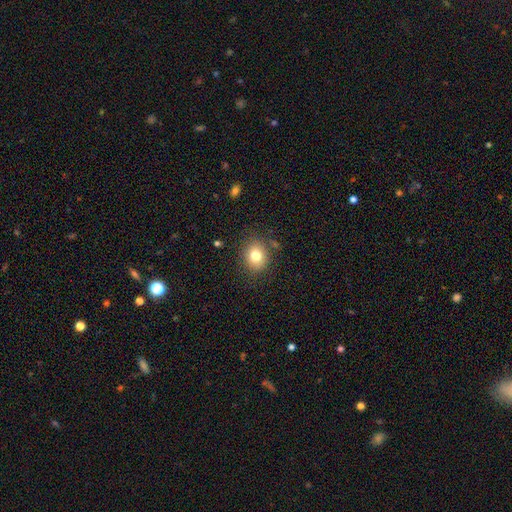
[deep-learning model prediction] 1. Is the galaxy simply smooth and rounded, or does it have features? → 78% smooth, 11% star or artifact, 10% featured or disk.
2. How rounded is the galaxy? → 68% round, 31% in between, 1% cigar-shaped.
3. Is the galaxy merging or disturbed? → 82% none, 11% minor disturbance, 4% major disturbance, 3% merger.